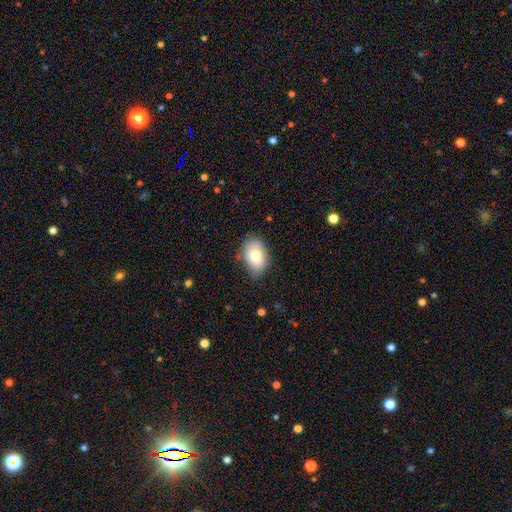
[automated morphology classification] A smooth galaxy with no disk features (79%) that is in between round and cigar-shaped (84%).

Vote fractions:
- Smooth or featured? smooth: 79% / featured or disk: 13% / star or artifact: 8%
- How rounded? in between: 84% / round: 15% / cigar-shaped: 1%
- Merging? none: 71% / minor disturbance: 23% / major disturbance: 4% / merger: 1%